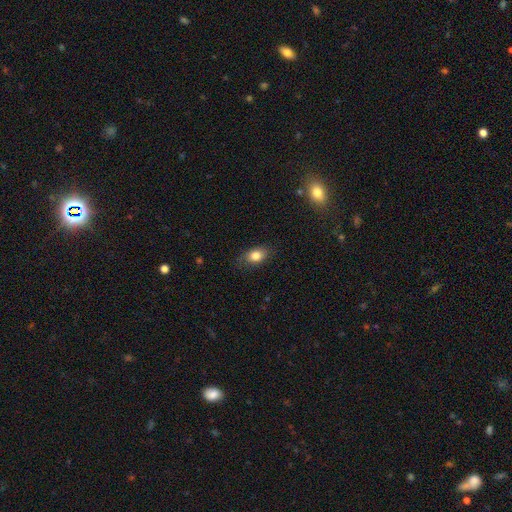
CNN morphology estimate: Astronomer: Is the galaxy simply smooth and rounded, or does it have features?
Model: smooth — 81%.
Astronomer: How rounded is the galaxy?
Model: in between — 81%.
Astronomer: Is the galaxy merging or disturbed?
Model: none — 78%.